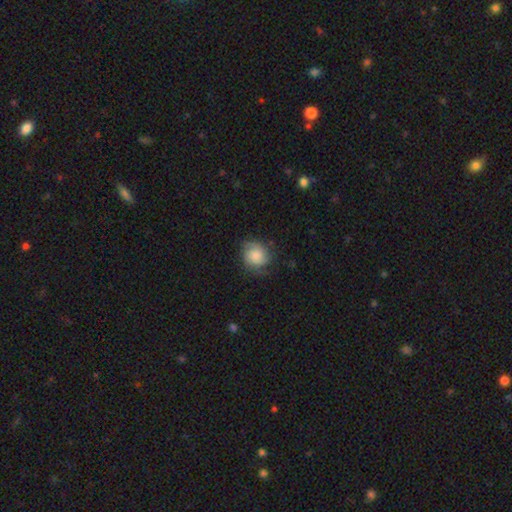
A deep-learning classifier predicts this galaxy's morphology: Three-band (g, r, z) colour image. It shows a smooth galaxy with no disk features (56%) that is round (79%). Merging: none (66%).